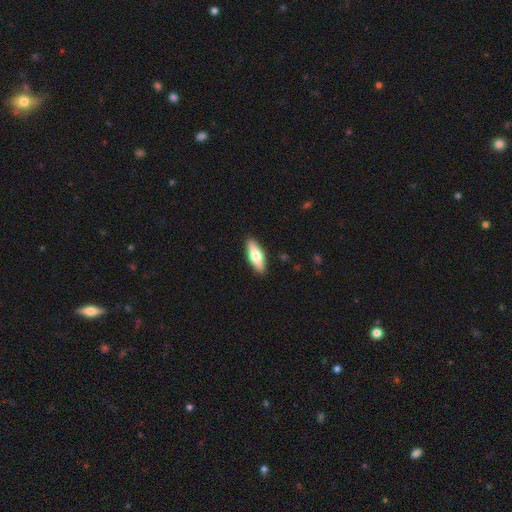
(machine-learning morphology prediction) Smooth or featured: smooth — 59% (featured or disk — 36%)
How rounded: in between — 54% (cigar-shaped — 44%)
Merging: none — 90% (minor disturbance — 8%)